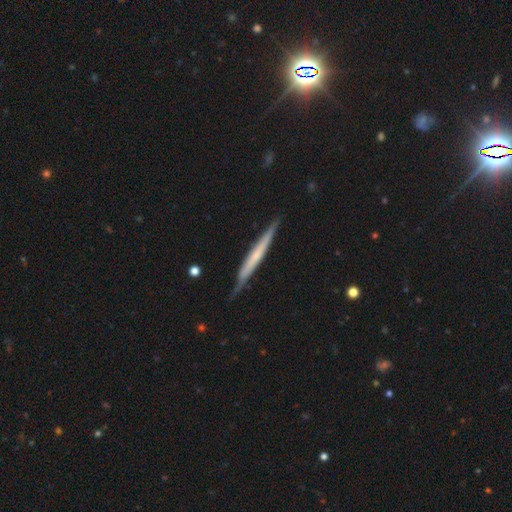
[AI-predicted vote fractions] Overall: featured or disk (56%; smooth 39%). Edge-on disk: yes (96%). Edge-on bulge: none (72%). Merging: none (82%).